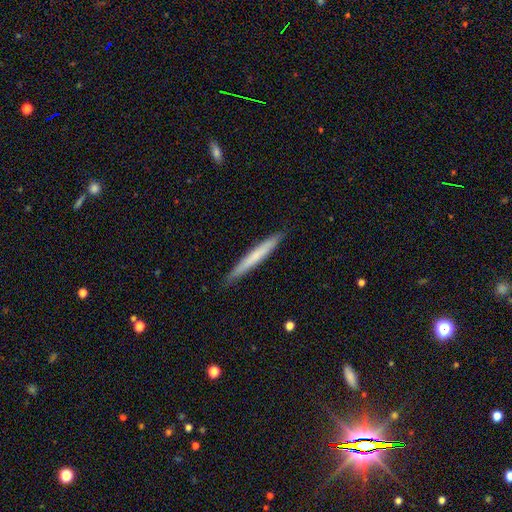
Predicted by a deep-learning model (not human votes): smooth_or_featured: smooth (p=0.61) [alt: featured or disk p=0.34]
how_rounded: cigar-shaped (p=0.97) [alt: in between p=0.02]
merging: none (p=0.90) [alt: minor disturbance p=0.07]